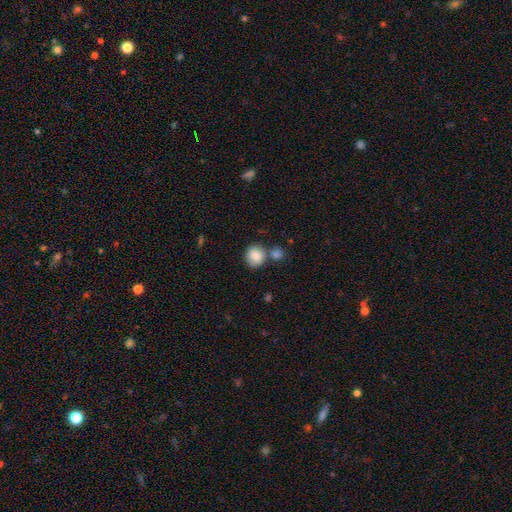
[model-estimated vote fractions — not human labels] This is clearly a smooth galaxy (84%). How rounded: clearly round (81%). Merging: possibly none (59%).